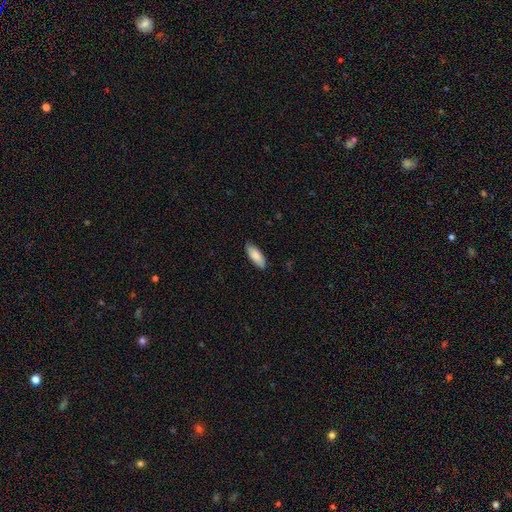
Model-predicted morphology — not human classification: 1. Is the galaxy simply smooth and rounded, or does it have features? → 85% smooth, 9% featured or disk, 6% star or artifact.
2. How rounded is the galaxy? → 77% in between, 22% cigar-shaped, 2% round.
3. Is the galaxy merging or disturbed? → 85% none, 12% minor disturbance, 2% major disturbance, 1% merger.